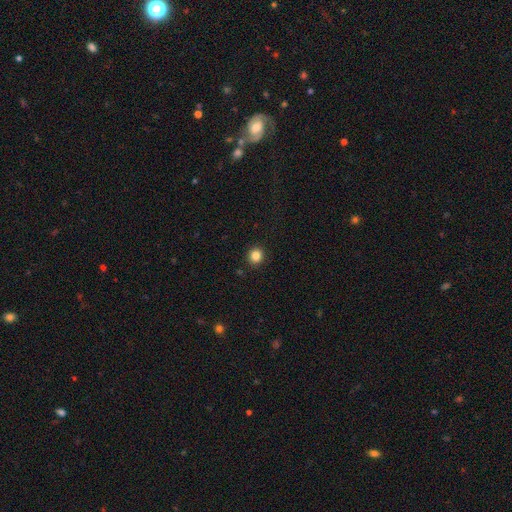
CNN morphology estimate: This is clearly a smooth galaxy (84%). How rounded: clearly round (87%). Merging: clearly none (92%).